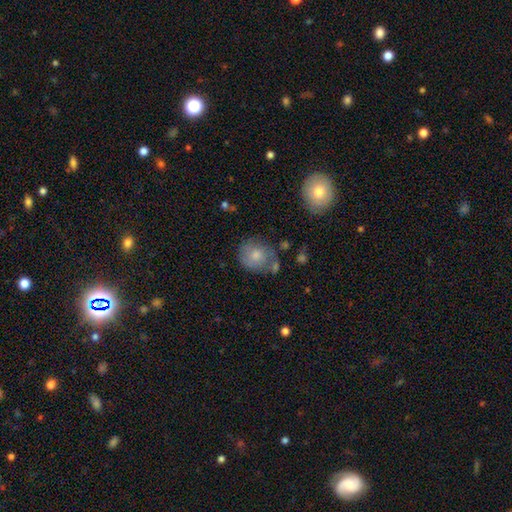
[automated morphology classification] Smooth or featured? Predicted: smooth (p=0.72). How rounded? Predicted: round (p=0.73). Merging? Predicted: none (p=0.56).